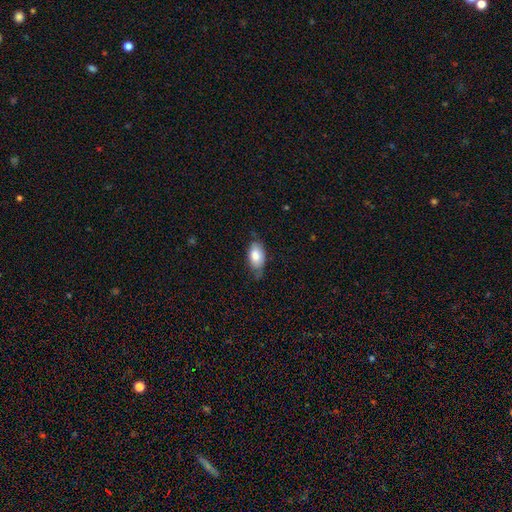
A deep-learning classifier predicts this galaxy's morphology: Q: Smooth or featured?
A: smooth (78%); runner-up: featured or disk (16%)
Q: How rounded?
A: in between (92%); runner-up: round (4%)
Q: Merging?
A: none (57%); runner-up: minor disturbance (34%)